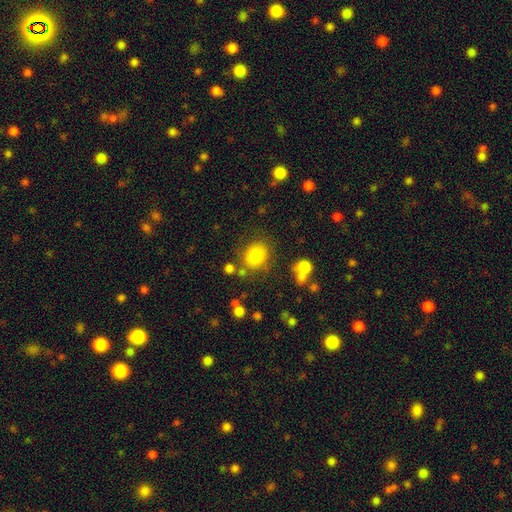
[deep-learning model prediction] Q: Smooth or featured?
A: smooth (81%); runner-up: star or artifact (12%)
Q: How rounded?
A: round (74%); runner-up: in between (25%)
Q: Merging?
A: none (77%); runner-up: minor disturbance (12%)